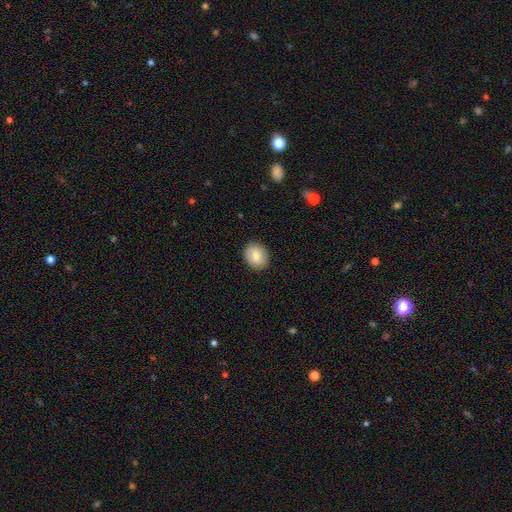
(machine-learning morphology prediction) This appears to be a smooth galaxy with no disk features (78%) that is round (71%). Merging: none (89%).